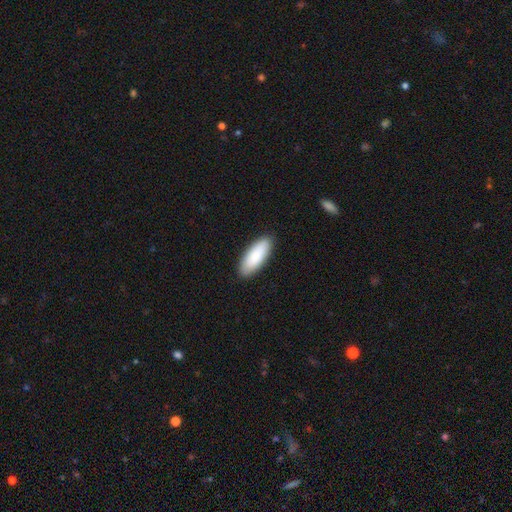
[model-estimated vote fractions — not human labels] Overall: smooth (88%). How rounded: in between (74%). Merging: none (90%).